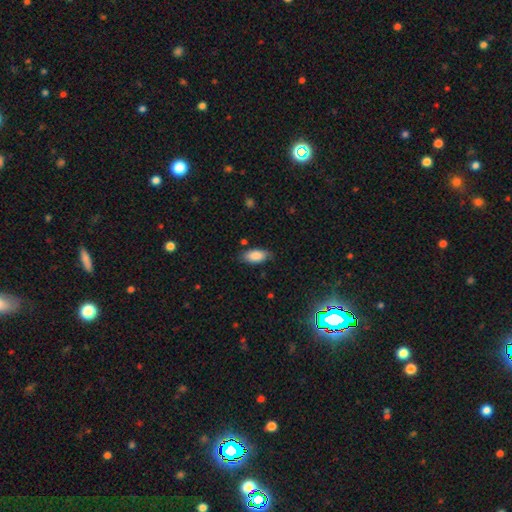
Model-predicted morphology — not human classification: smooth 85%, featured or disk 8%, star or artifact 7%. Down the decision tree: how rounded — in between (89%); merging — none (79%).